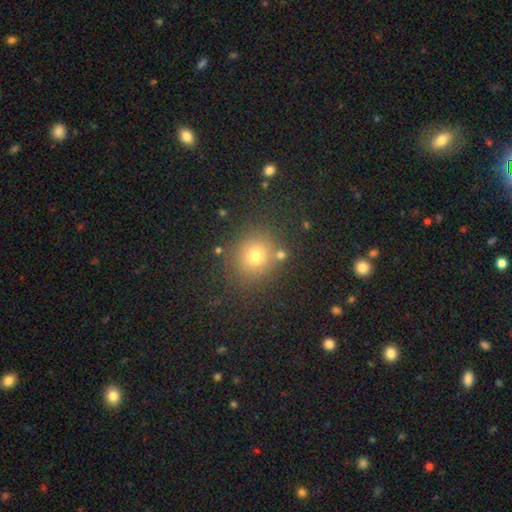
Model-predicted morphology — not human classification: smooth_or_featured: smooth (p=0.72) [alt: star or artifact p=0.19]
how_rounded: round (p=0.83) [alt: in between p=0.16]
merging: none (p=0.81) [alt: minor disturbance p=0.09]